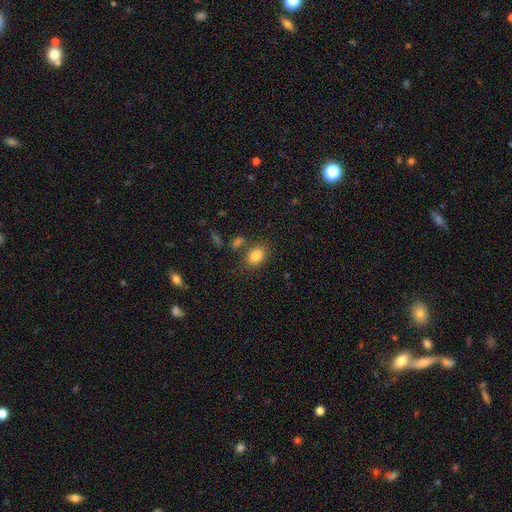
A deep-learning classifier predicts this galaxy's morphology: Smooth or featured: smooth — 84% (star or artifact — 9%)
How rounded: in between — 72% (round — 26%)
Merging: none — 72% (minor disturbance — 13%)